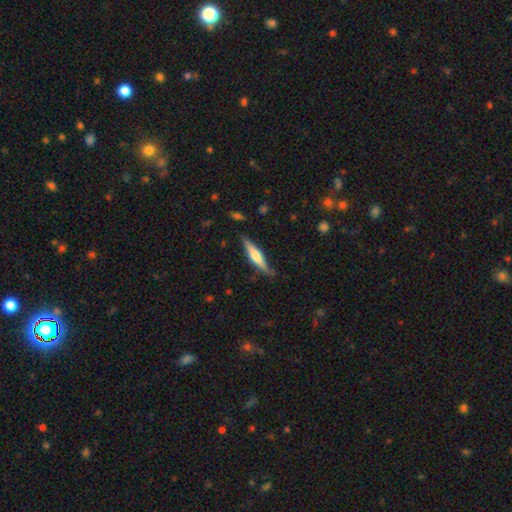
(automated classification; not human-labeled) A featured or disk galaxy (57%) viewed edge-on (96%) with a rounded central bulge (82%). Merging: none (82%).